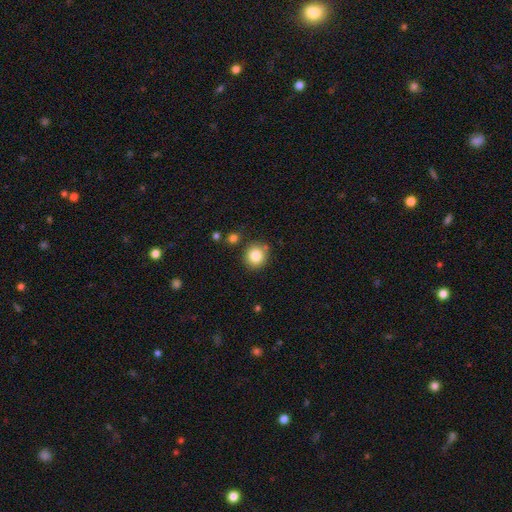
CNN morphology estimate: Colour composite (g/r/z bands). It shows a smooth galaxy with no disk features (84%) that is round (89%). Merging: none (82%).